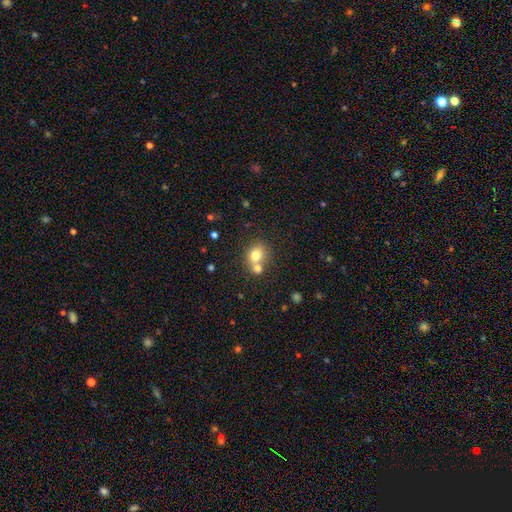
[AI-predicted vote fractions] Morphology: type=smooth (76%); roundness=round (67%); merging=merger (45%).